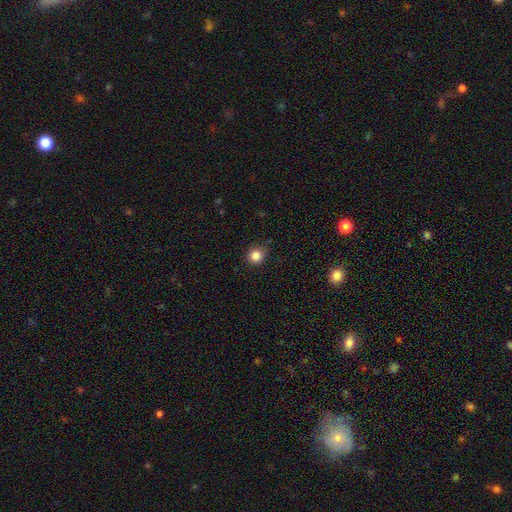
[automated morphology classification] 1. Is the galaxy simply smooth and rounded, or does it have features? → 85% smooth, 11% star or artifact, 4% featured or disk.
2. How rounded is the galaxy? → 92% round, 7% in between, 1% cigar-shaped.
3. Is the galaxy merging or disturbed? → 86% none, 11% minor disturbance, 2% major disturbance, 1% merger.